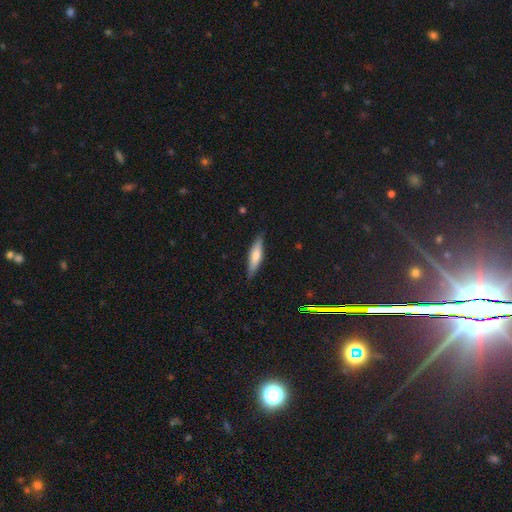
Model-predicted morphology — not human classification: Q: Smooth or featured?
A: smooth (65%); runner-up: featured or disk (29%)
Q: How rounded?
A: cigar-shaped (72%); runner-up: in between (26%)
Q: Merging?
A: none (86%); runner-up: minor disturbance (11%)